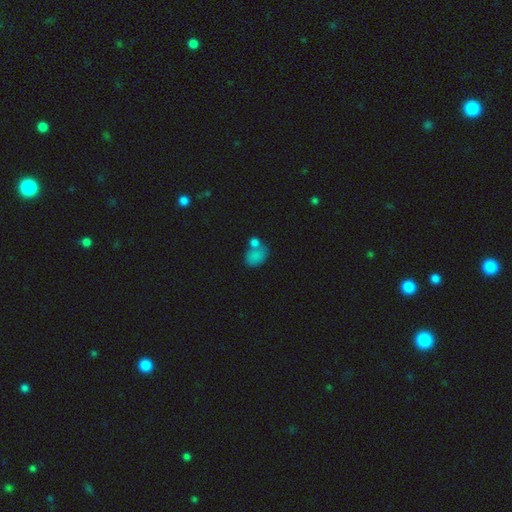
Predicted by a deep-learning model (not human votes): This is likely a smooth galaxy (78%). How rounded: likely in between (67%). Merging: marginally none (40%).